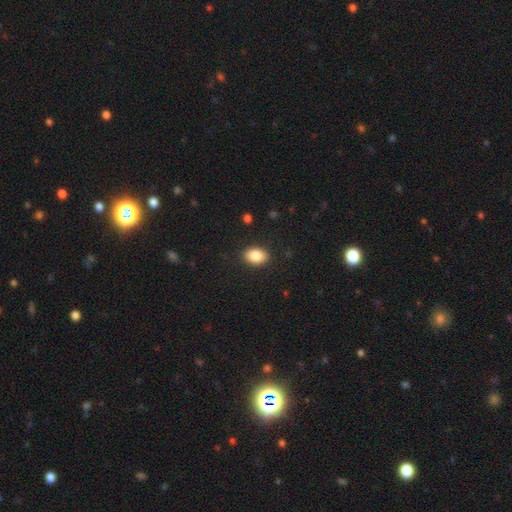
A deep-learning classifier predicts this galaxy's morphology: Smooth or featured: smooth — 86% (star or artifact — 8%)
How rounded: in between — 80% (round — 19%)
Merging: none — 88% (minor disturbance — 8%)